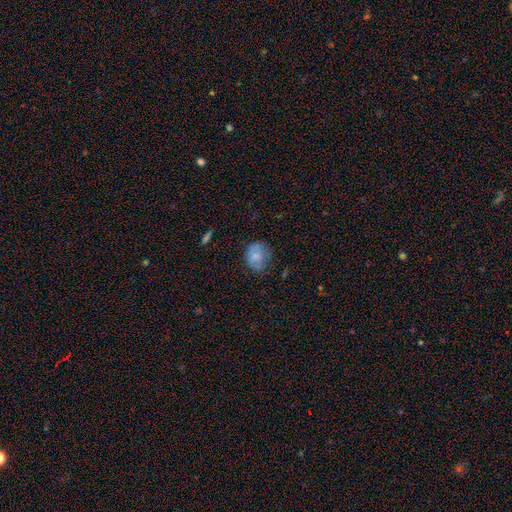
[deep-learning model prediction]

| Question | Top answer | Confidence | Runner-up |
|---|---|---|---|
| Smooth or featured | smooth | 76% | featured or disk (15%) |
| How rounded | round | 62% | in between (37%) |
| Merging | none | 66% | minor disturbance (24%) |